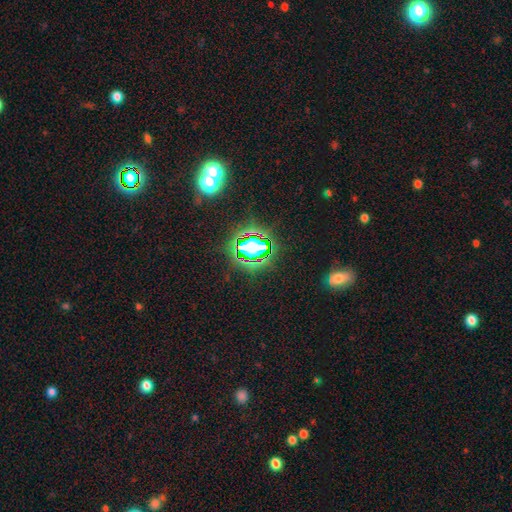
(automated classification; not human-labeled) The model was most divided on "smooth or featured": star or artifact: 66%, smooth: 22%, featured or disk: 12%.